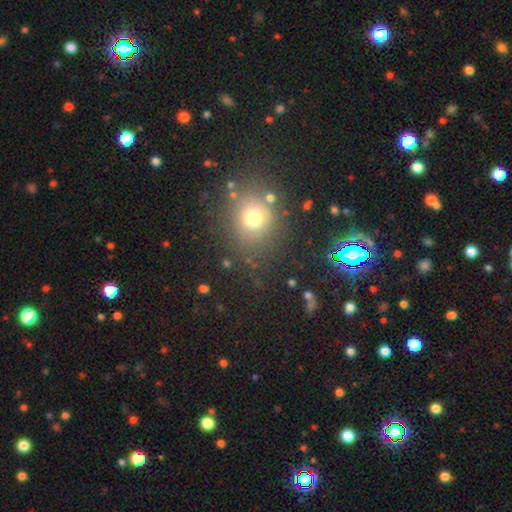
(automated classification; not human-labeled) This is possibly a smooth galaxy (58%). How rounded: likely round (75%). Merging: clearly none (80%).